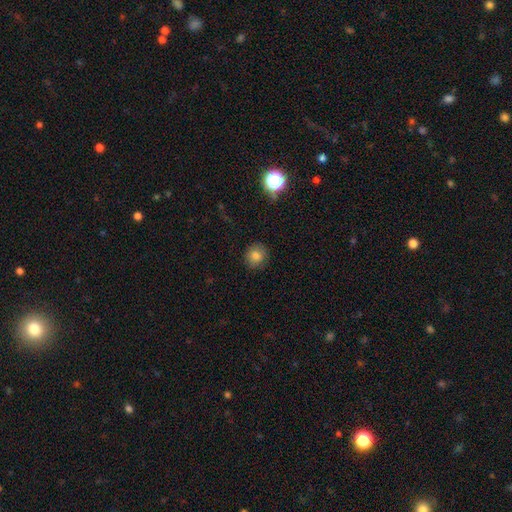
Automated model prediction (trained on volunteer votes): A smooth galaxy with no disk features (80%) that is round (82%). Merging: none (87%).